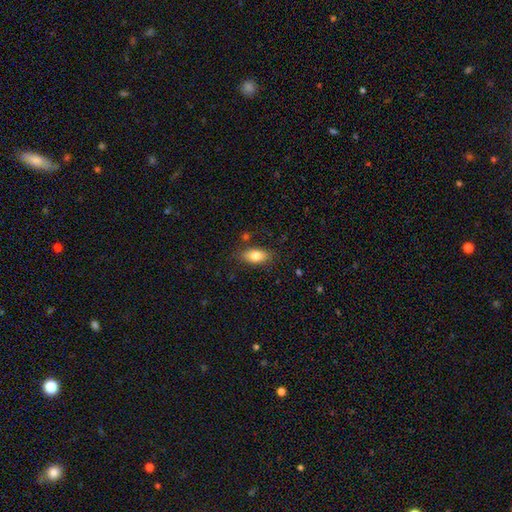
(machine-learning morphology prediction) A smooth galaxy with no disk features (80%) that is in between round and cigar-shaped (89%).

Vote fractions:
- Smooth or featured? smooth: 80% / featured or disk: 12% / star or artifact: 7%
- How rounded? in between: 89% / cigar-shaped: 7% / round: 5%
- Merging? none: 81% / minor disturbance: 13% / major disturbance: 3% / merger: 3%